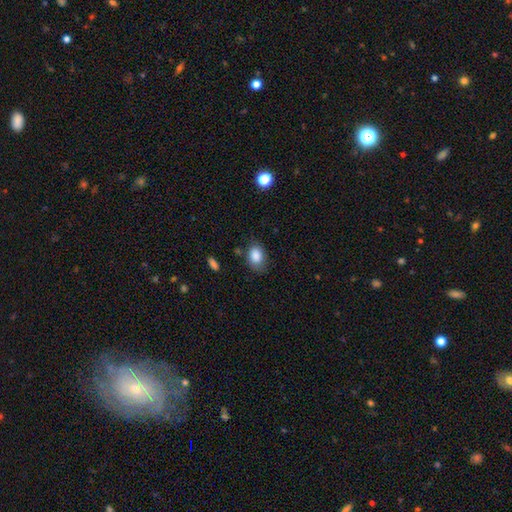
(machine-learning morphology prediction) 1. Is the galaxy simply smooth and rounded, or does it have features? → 86% smooth, 8% star or artifact, 6% featured or disk.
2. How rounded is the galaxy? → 76% in between, 23% round, 1% cigar-shaped.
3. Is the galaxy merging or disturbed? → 69% none, 22% minor disturbance, 6% major disturbance, 3% merger.